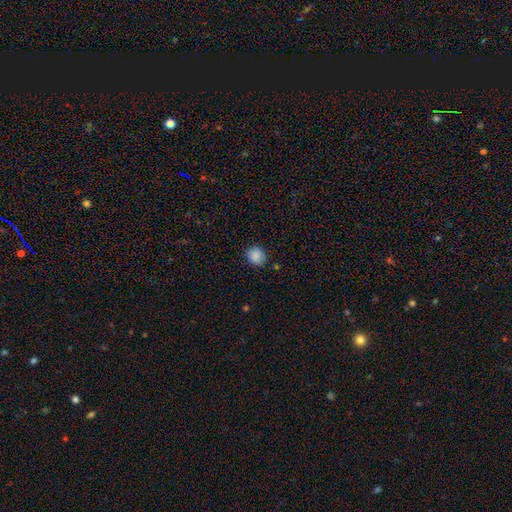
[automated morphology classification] Smooth or featured? smooth (87%)
How rounded? round (72%)
Merging? none (84%)